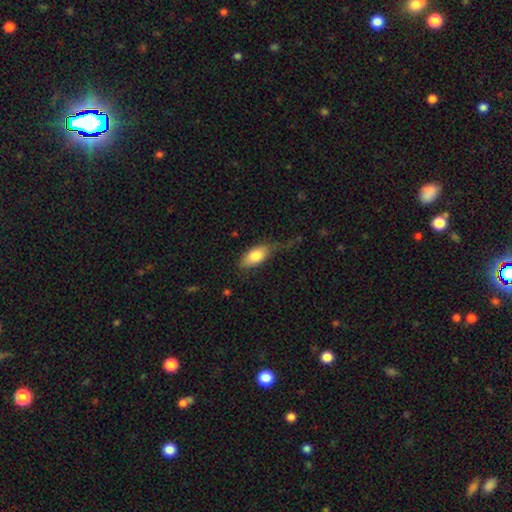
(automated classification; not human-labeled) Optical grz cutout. It shows a smooth galaxy with no disk features (79%) that is in between round and cigar-shaped (88%). Merging: none (42%).